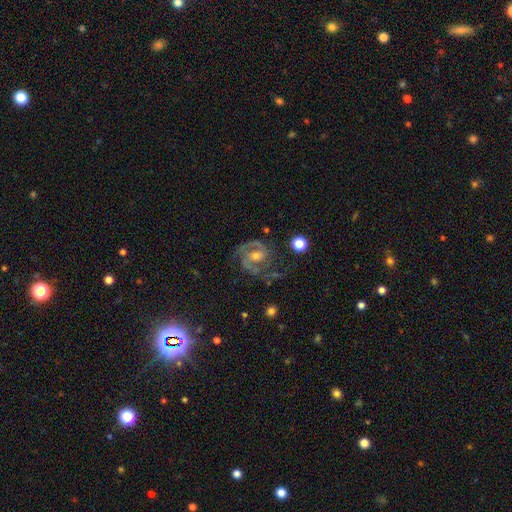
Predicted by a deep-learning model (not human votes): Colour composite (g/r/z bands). It shows a featured or disk galaxy (89%) with a weak bar (44%), 2 (83%) medium (53%) spiral arms (97%) and a moderate central bulge (56%). Merging: none (67%).